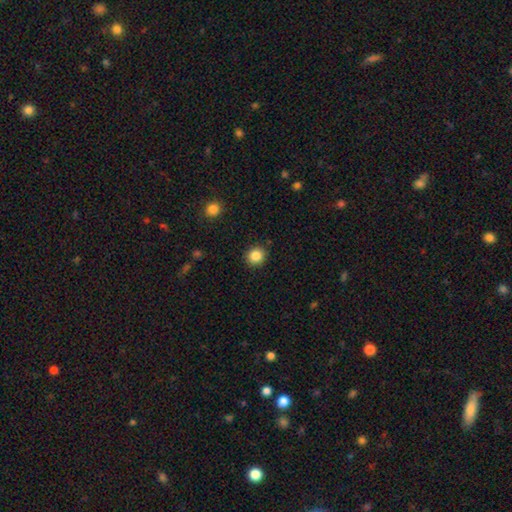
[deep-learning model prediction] A smooth galaxy with no disk features (86%) that is round (86%).

Vote fractions:
- Smooth or featured? smooth: 86% / star or artifact: 10% / featured or disk: 4%
- How rounded? round: 86% / in between: 13% / cigar-shaped: 1%
- Merging? none: 90% / minor disturbance: 6% / major disturbance: 2% / merger: 1%